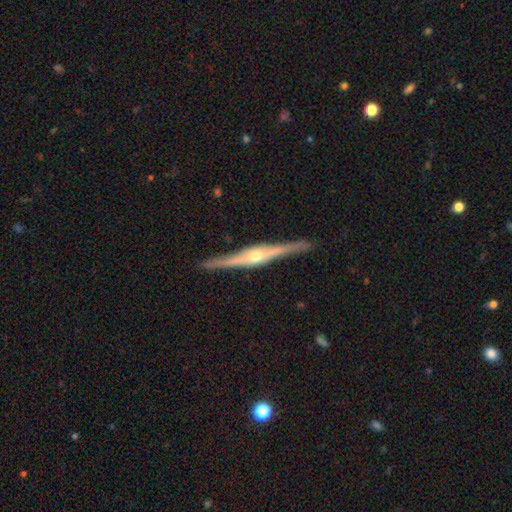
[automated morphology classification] Smooth or featured? Predicted: featured or disk (p=0.87). Edge-on disk? Predicted: yes (p=0.98). Edge-on bulge? Predicted: rounded (p=0.81). Merging? Predicted: none (p=0.90).